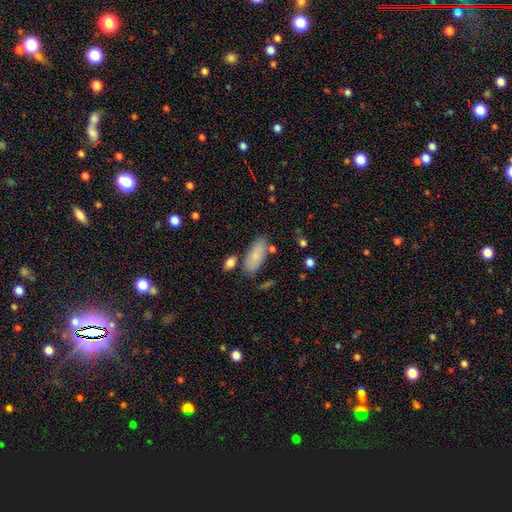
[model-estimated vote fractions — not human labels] The model was most divided on "merging": none: 73%, minor disturbance: 15%, merger: 8%, major disturbance: 4%. More confident: how rounded — in between (83%); smooth or featured — smooth (82%).